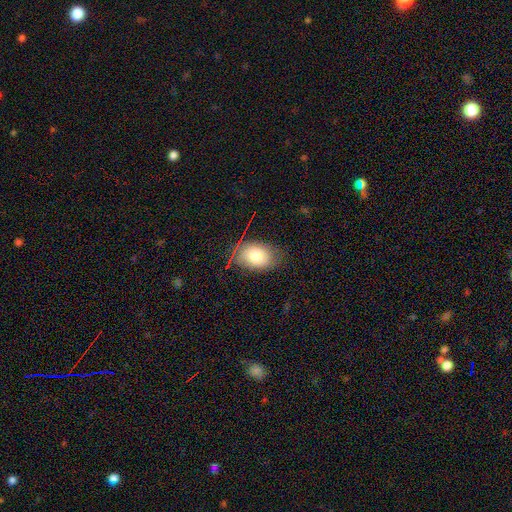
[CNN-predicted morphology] This is likely a smooth galaxy (74%). How rounded: clearly in between (84%). Merging: likely none (70%).